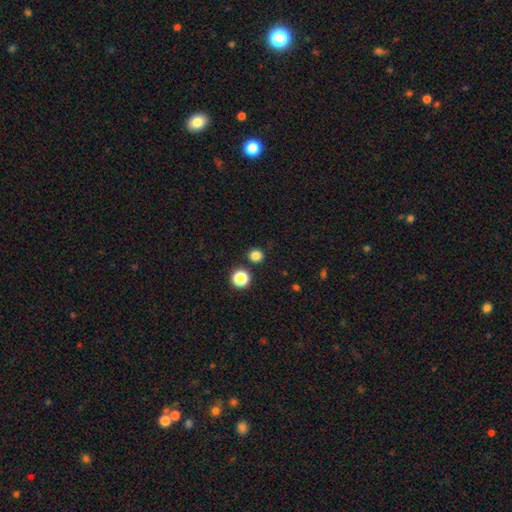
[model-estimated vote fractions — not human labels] A smooth galaxy with no disk features (81%) that is round (90%).

Vote fractions:
- Smooth or featured? smooth: 81% / star or artifact: 15% / featured or disk: 4%
- How rounded? round: 90% / in between: 9% / cigar-shaped: 1%
- Merging? none: 87% / minor disturbance: 6% / merger: 4% / major disturbance: 2%